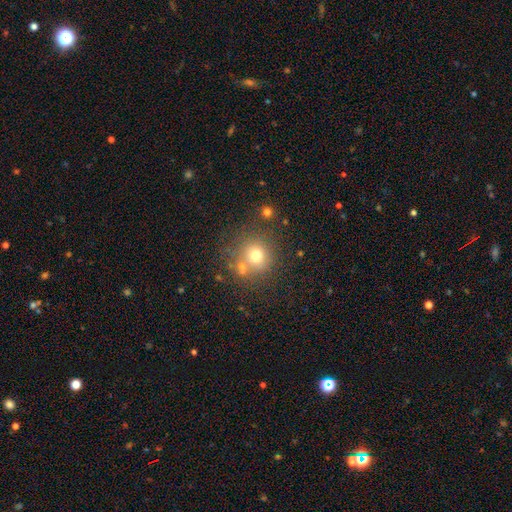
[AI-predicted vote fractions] smooth_or_featured: smooth (p=0.72) [alt: star or artifact p=0.15]
how_rounded: round (p=0.90) [alt: in between p=0.09]
merging: none (p=0.67) [alt: merger p=0.17]